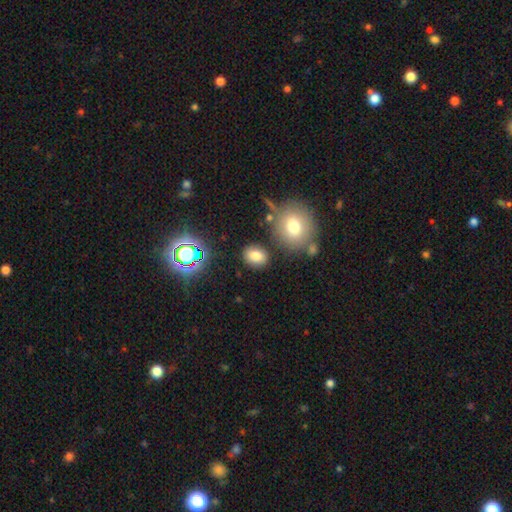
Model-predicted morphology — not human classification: The model was most divided on "how rounded": in between: 59%, round: 39%, cigar-shaped: 1%. More confident: merging — none (83%); smooth or featured — smooth (77%).